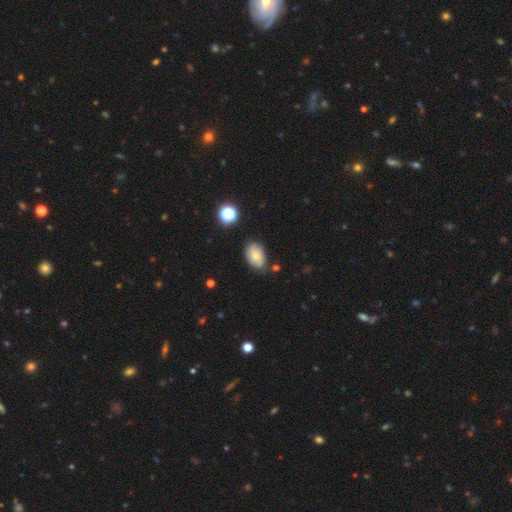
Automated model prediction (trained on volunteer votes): A smooth galaxy with no disk features (62%) that is in between round and cigar-shaped (86%).

Vote fractions:
- Smooth or featured? smooth: 62% / featured or disk: 27% / star or artifact: 11%
- How rounded? in between: 86% / round: 13% / cigar-shaped: 1%
- Merging? none: 66% / minor disturbance: 24% / major disturbance: 5% / merger: 4%